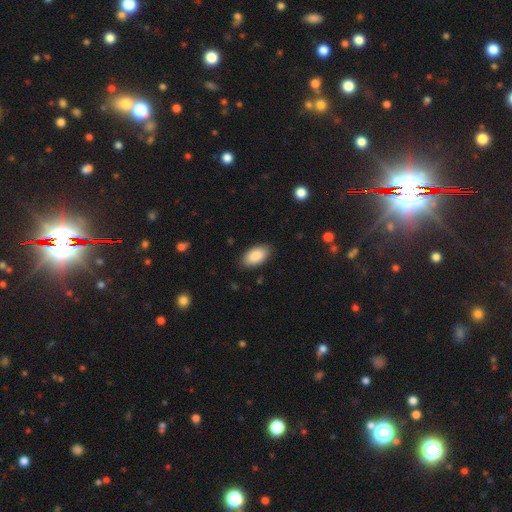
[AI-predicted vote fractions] Smooth or featured?
  - smooth: 89% *
  - star or artifact: 6%
  - featured or disk: 5%
How rounded?
  - in between: 95% *
  - round: 3%
  - cigar-shaped: 2%
Merging?
  - none: 87% *
  - minor disturbance: 10%
  - major disturbance: 2%
  - merger: 1%